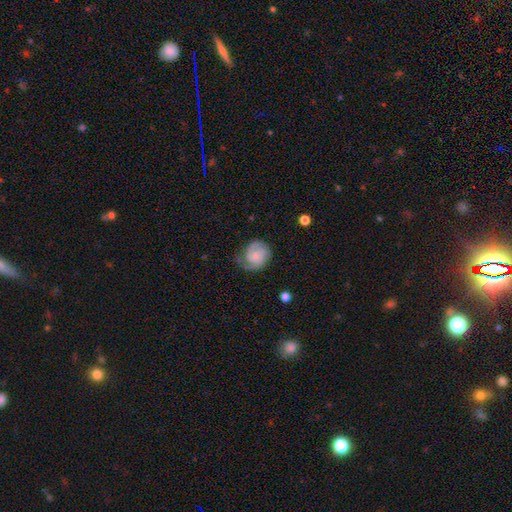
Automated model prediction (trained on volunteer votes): Morphology: type=featured or disk (64%); edge-on=no (98%); bar=no (65%); spiral arms=yes (93%); winding=tight (52%); arm count=2 (54%); bulge=small (54%); merging=none (57%).